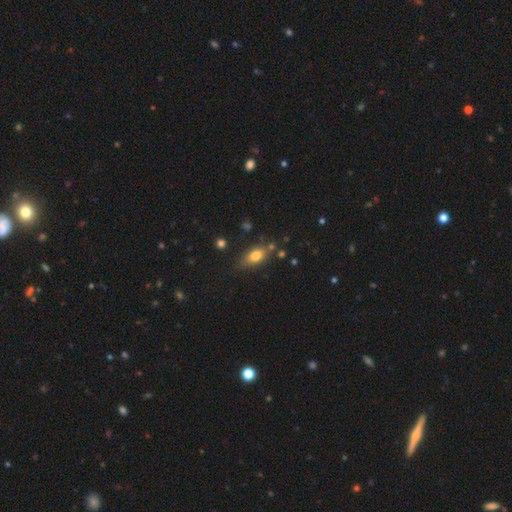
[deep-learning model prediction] Smooth or featured?
  - smooth: 77% *
  - featured or disk: 14%
  - star or artifact: 9%
How rounded?
  - in between: 81% *
  - round: 11%
  - cigar-shaped: 8%
Merging?
  - none: 71% *
  - minor disturbance: 18%
  - merger: 6%
  - major disturbance: 5%